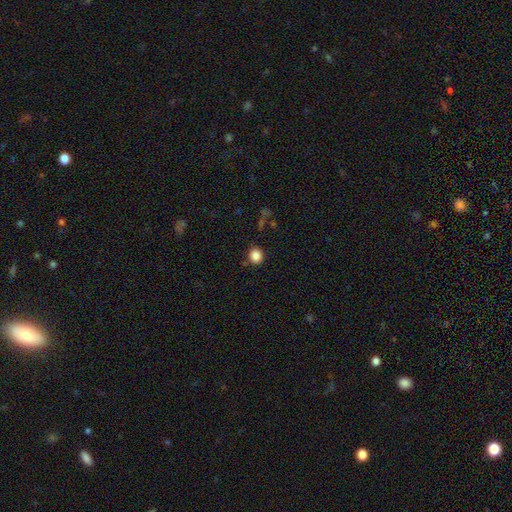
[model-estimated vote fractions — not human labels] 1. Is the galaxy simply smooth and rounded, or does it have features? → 85% smooth, 10% star or artifact, 4% featured or disk.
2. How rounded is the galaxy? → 80% round, 19% in between, 1% cigar-shaped.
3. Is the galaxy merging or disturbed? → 85% none, 9% minor disturbance, 3% merger, 3% major disturbance.